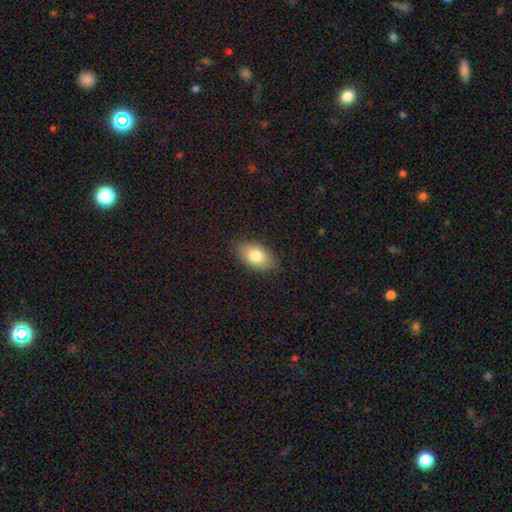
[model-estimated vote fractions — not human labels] The model was most divided on "smooth or featured": smooth: 79%, featured or disk: 14%, star or artifact: 8%. More confident: how rounded — in between (91%); merging — none (85%).